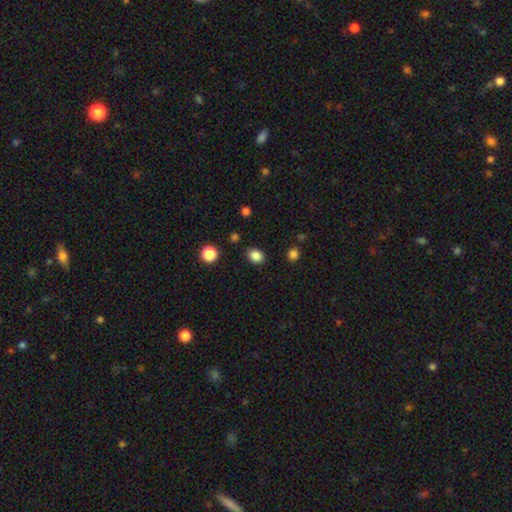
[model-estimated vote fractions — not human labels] Smooth or featured? smooth (85%)
How rounded? in between (56%)
Merging? none (86%)